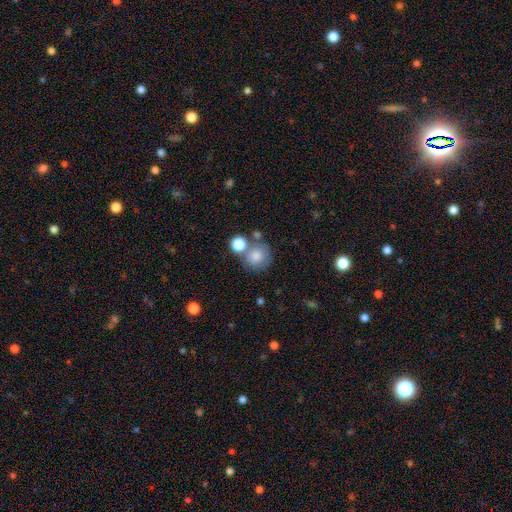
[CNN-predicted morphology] smooth-or-featured: smooth: 77% | featured or disk: 13% | star or artifact: 10%
  how-rounded: round: 89% | in between: 10% | cigar-shaped: 1%
  merging: none: 57% | merger: 24% | minor disturbance: 13% | major disturbance: 6%